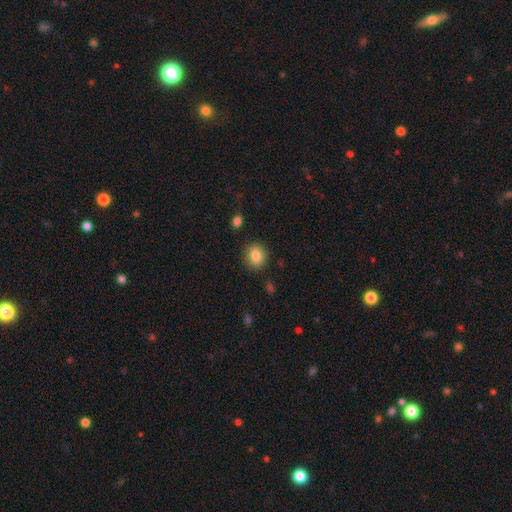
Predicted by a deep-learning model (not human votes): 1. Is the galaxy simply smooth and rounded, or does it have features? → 84% smooth, 9% star or artifact, 7% featured or disk.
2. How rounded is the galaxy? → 68% round, 31% in between, 1% cigar-shaped.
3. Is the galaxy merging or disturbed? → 86% none, 9% minor disturbance, 3% major disturbance, 2% merger.